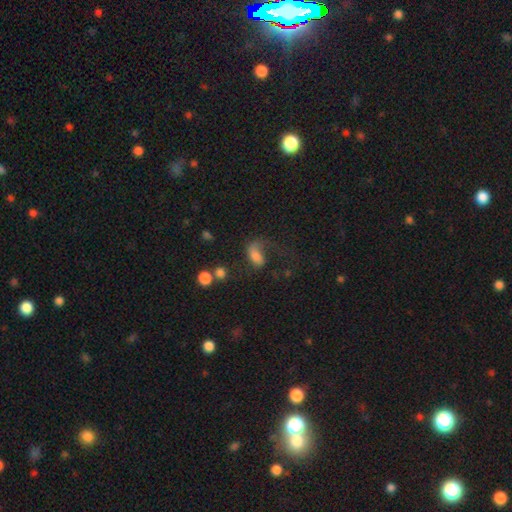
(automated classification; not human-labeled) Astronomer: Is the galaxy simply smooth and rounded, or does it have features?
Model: smooth — 58%.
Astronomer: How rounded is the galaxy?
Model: in between — 82%.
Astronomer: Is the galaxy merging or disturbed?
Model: major disturbance — 50% (runner-up: none, 27%).